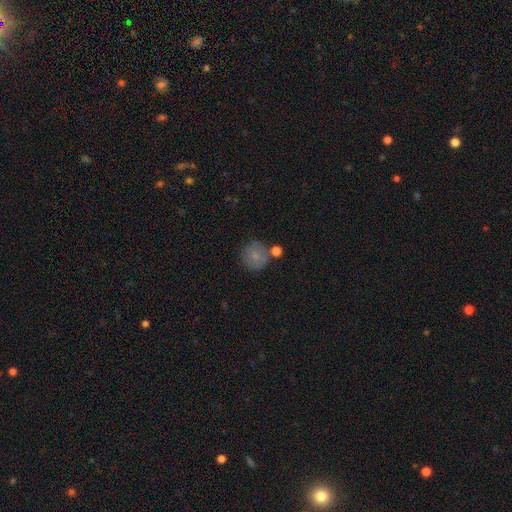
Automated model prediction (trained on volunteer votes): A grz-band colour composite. It shows a smooth galaxy with no disk features (77%) that is round (90%). Merging: none (65%).